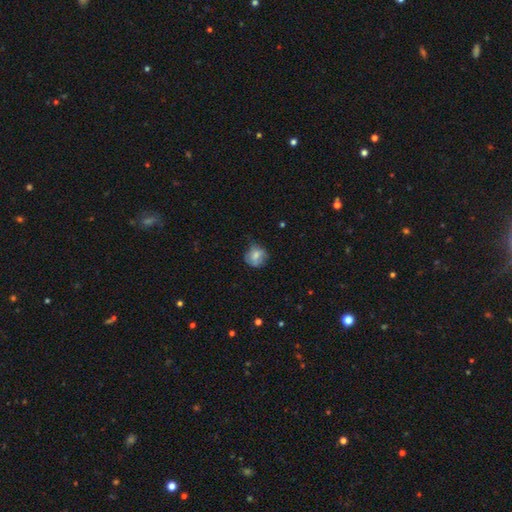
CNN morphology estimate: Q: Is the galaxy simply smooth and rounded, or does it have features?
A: smooth — 68%.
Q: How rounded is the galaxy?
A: round — 78%.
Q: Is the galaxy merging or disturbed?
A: none — 59%.